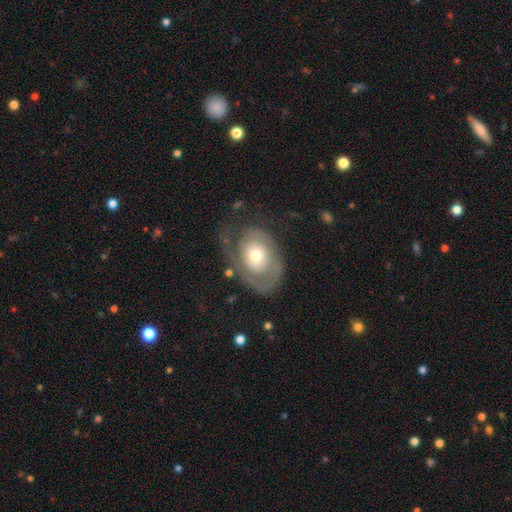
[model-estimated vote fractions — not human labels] Overall: featured or disk (69%). Edge-on disk: no (95%). Bar: no (83%). Spiral arms: yes (74%). Bulge size: moderate (59%; small 28%). Merging: none (55%; major disturbance 22%).